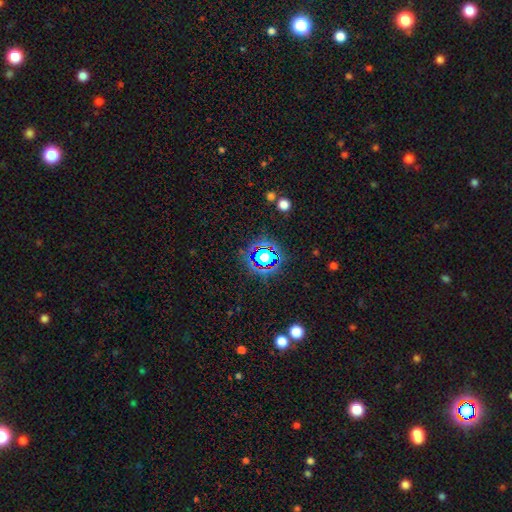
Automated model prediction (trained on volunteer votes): Overall: star or artifact (78%).